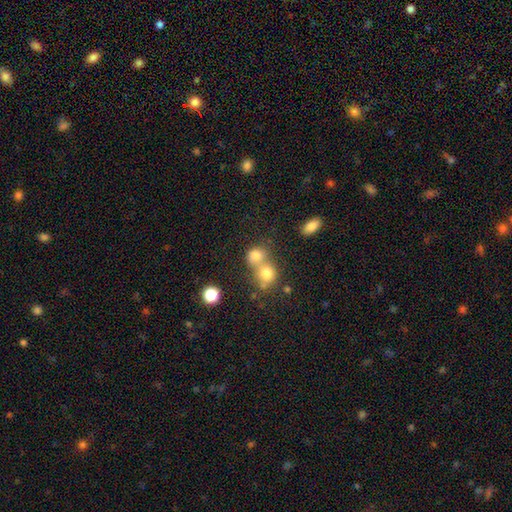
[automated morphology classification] type=smooth (77%); roundness=round (73%); merging=merger (59%).